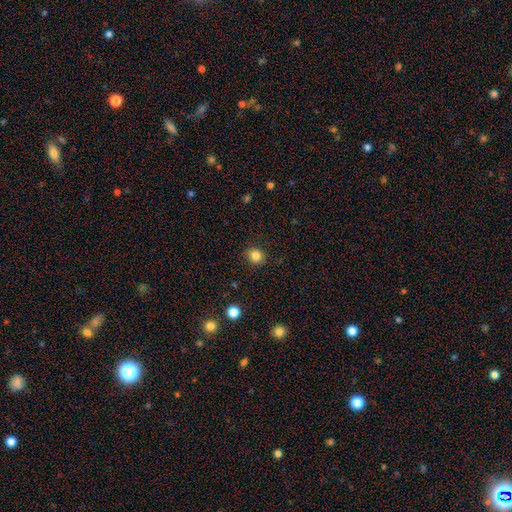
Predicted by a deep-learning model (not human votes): A smooth galaxy with no disk features (84%) that is round (80%).

Vote fractions:
- Smooth or featured? smooth: 84% / star or artifact: 11% / featured or disk: 5%
- How rounded? round: 80% / in between: 19% / cigar-shaped: 1%
- Merging? none: 87% / minor disturbance: 9% / major disturbance: 2% / merger: 1%